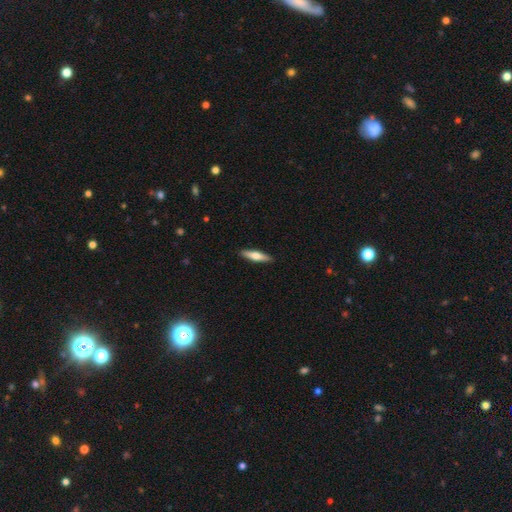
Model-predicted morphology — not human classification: Smooth or featured? Predicted: smooth (p=0.57). How rounded? Predicted: cigar-shaped (p=0.76). Merging? Predicted: none (p=0.91).